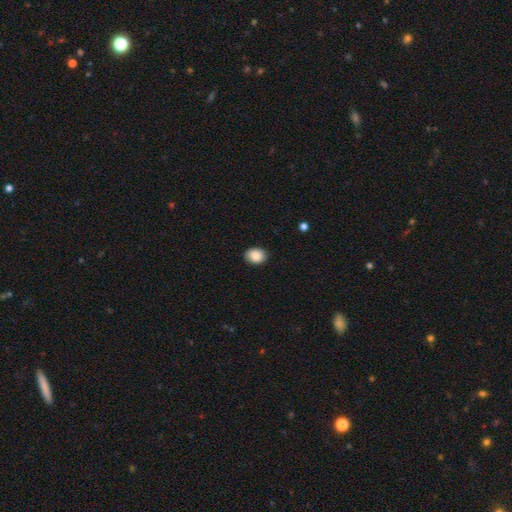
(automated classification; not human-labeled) A smooth galaxy with no disk features (87%) that is in between round and cigar-shaped (63%). Merging: none (86%).